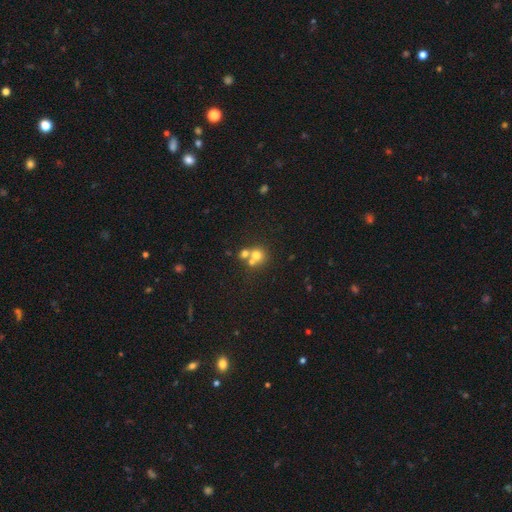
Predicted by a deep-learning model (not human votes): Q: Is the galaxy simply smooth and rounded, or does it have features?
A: smooth — 67%.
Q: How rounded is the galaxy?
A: round — 84%.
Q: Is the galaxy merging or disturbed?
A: merger — 50%.